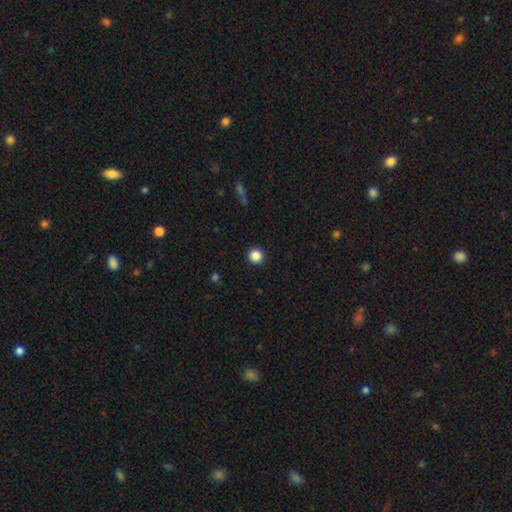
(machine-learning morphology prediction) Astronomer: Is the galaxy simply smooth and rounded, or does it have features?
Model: smooth — 86%.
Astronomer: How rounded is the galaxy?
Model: round — 96%.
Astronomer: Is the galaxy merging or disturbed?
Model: none — 93%.